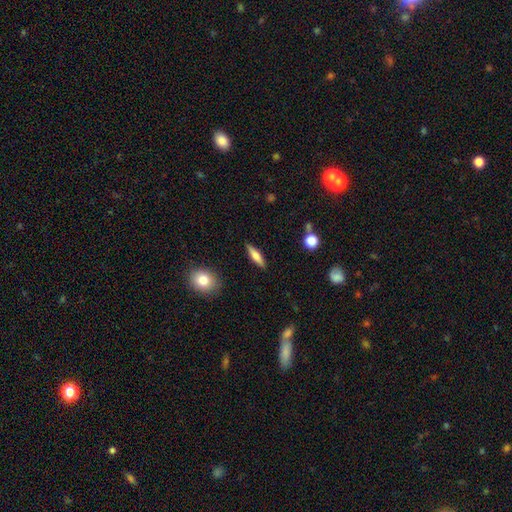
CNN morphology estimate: type=smooth (59%); roundness=cigar-shaped (68%); merging=none (89%).